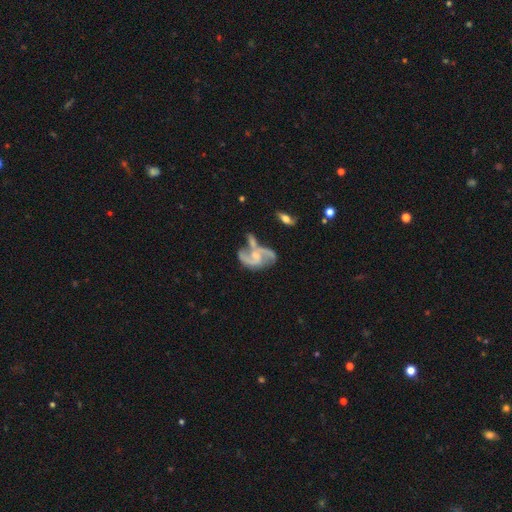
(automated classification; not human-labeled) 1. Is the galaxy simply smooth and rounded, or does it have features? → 88% featured or disk, 7% smooth, 5% star or artifact.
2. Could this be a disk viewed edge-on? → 97% no, 3% yes.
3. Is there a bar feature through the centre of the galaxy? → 46% no, 43% weak, 11% strong.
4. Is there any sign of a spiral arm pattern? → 96% yes, 4% no.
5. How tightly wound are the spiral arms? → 46% medium, 44% loose, 10% tight.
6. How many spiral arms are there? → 89% 2, 3% can't tell, 3% 3, 2% 1, 1% 4, 1% more than 4.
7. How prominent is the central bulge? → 44% small, 26% none, 26% moderate, 3% large, 1% dominant.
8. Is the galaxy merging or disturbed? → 39% none, 27% merger, 19% minor disturbance, 14% major disturbance.